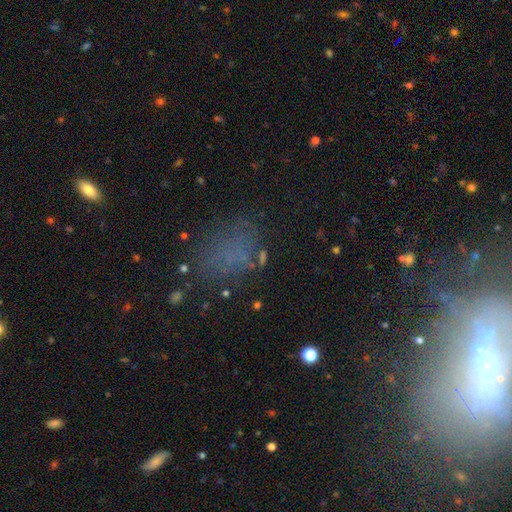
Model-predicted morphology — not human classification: type=smooth (48%); merging=none (55%).